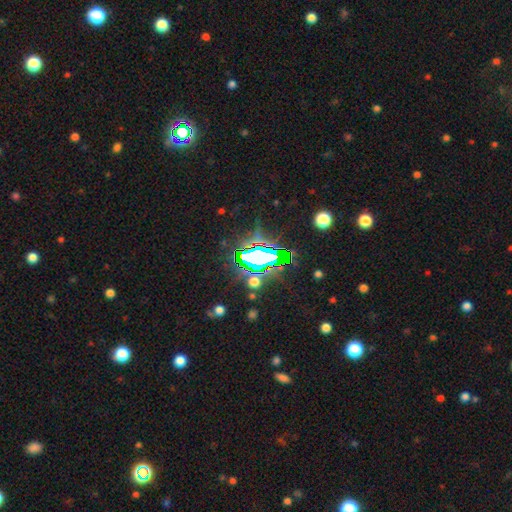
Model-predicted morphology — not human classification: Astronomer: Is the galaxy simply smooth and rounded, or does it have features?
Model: star or artifact — 71%.